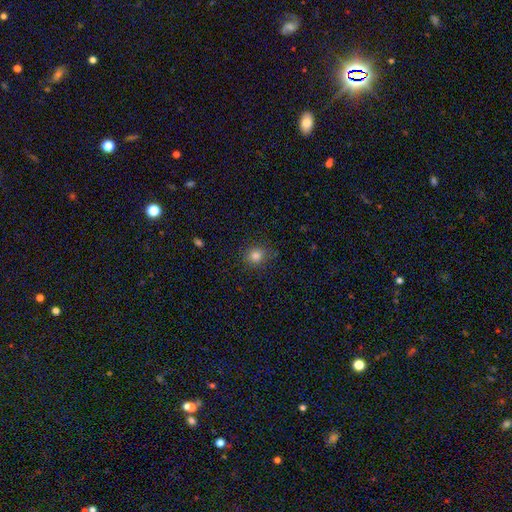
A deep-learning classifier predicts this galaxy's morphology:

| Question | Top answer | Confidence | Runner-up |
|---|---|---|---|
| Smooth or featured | smooth | 81% | star or artifact (13%) |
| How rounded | round | 81% | in between (19%) |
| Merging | none | 83% | minor disturbance (13%) |